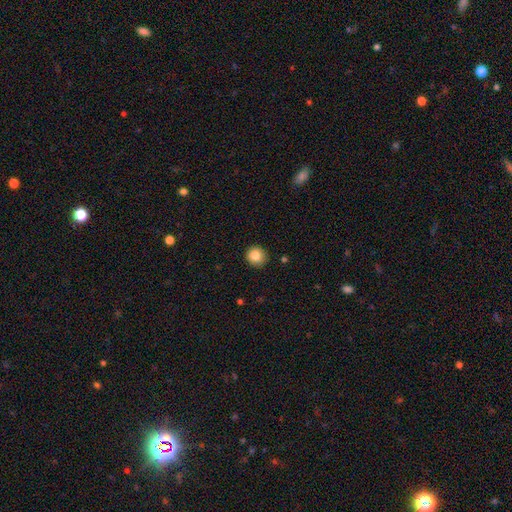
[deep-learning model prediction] This is clearly a smooth galaxy (85%). How rounded: clearly round (89%). Merging: clearly none (90%).